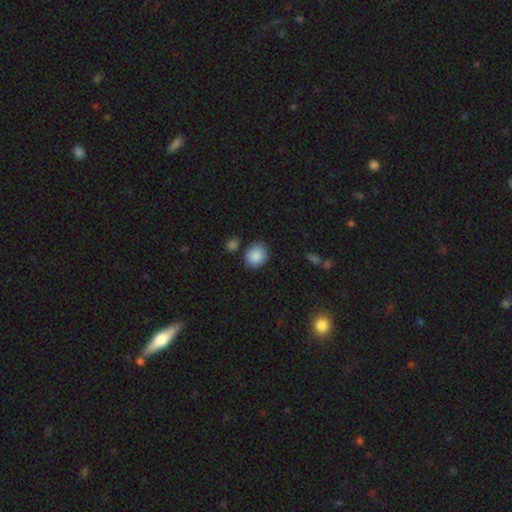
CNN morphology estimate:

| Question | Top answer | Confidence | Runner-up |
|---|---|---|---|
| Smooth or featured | smooth | 89% | star or artifact (7%) |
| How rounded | round | 75% | in between (24%) |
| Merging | none | 81% | minor disturbance (11%) |